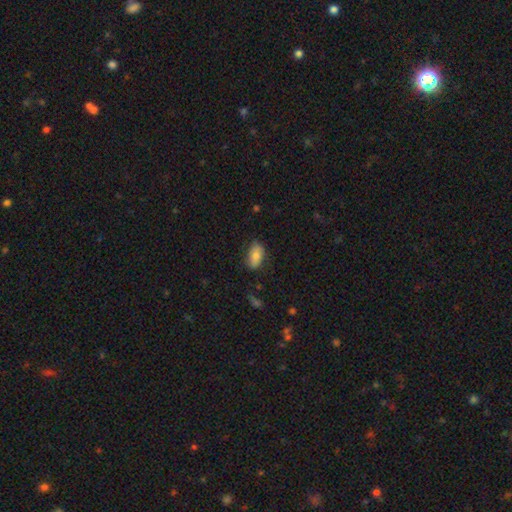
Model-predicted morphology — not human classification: type=smooth (79%); roundness=in between (91%); merging=none (76%).